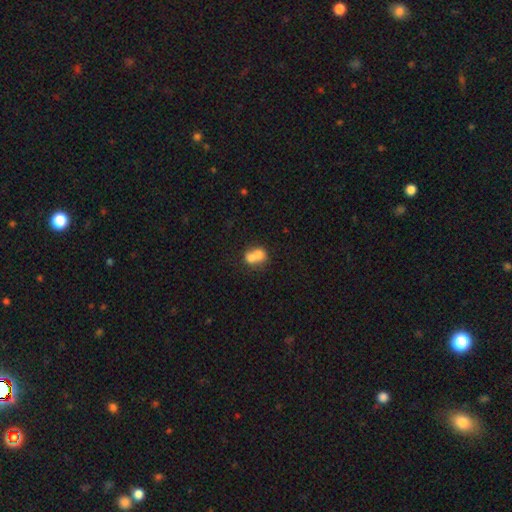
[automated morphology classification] type=smooth (69%); roundness=round (65%); merging=merger (71%).